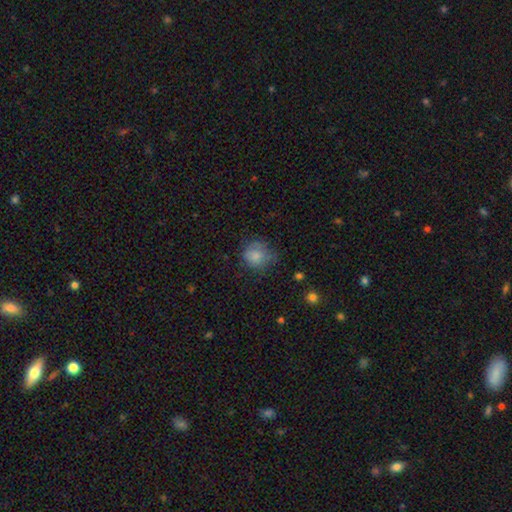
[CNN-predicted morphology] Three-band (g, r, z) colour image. It shows a smooth galaxy with no disk features (78%) that is round (81%). Merging: none (57%).